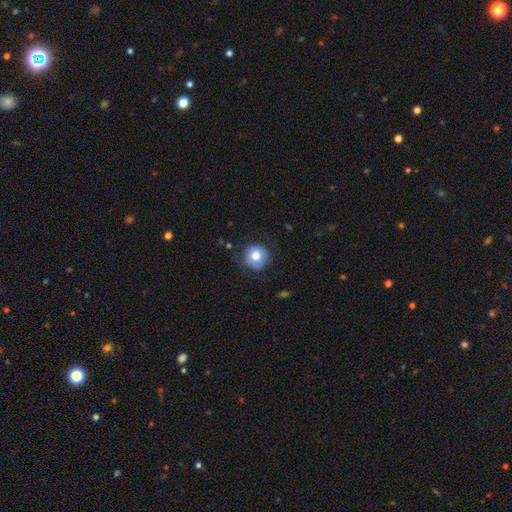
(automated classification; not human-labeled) Q: Smooth or featured?
A: smooth (78%); runner-up: featured or disk (13%)
Q: How rounded?
A: round (92%); runner-up: in between (7%)
Q: Merging?
A: none (76%); runner-up: minor disturbance (17%)